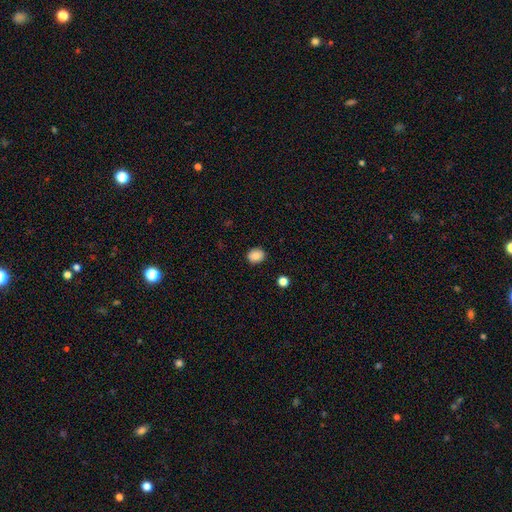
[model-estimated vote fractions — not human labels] A smooth galaxy with no disk features (87%) that is round (59%). Merging: none (87%).